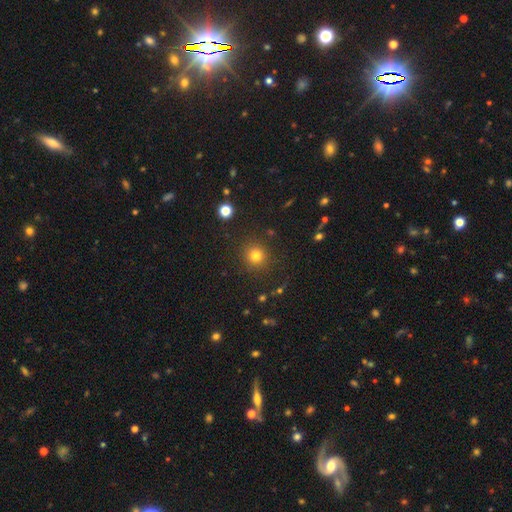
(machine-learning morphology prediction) type=smooth (79%); roundness=round (92%); merging=none (88%).